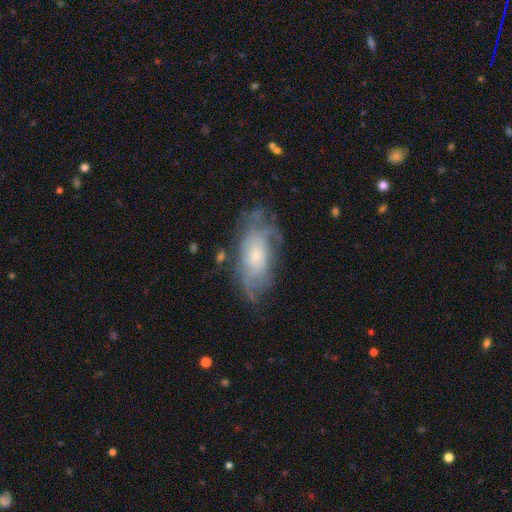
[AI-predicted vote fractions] A featured or disk galaxy (68%) with no bar (78%), spiral arms (80%) and a small central bulge (72%).

Vote fractions:
- Smooth or featured? featured or disk: 68% / smooth: 24% / star or artifact: 7%
- Edge-on disk? no: 91% / yes: 9%
- Bar? no: 78% / weak: 19% / strong: 3%
- Spiral arms? yes: 80% / no: 20%
- Bulge size? small: 72% / moderate: 21% / none: 3% / large: 3% / dominant: 1%
- Merging? none: 63% / minor disturbance: 22% / major disturbance: 13% / merger: 2%